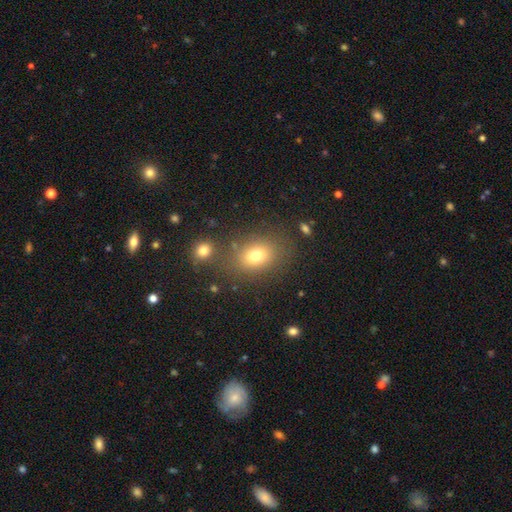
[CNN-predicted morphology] smooth-or-featured: smooth: 74% | star or artifact: 14% | featured or disk: 12%
  how-rounded: in between: 56% | round: 43% | cigar-shaped: 1%
  merging: none: 73% | minor disturbance: 11% | merger: 10% | major disturbance: 5%